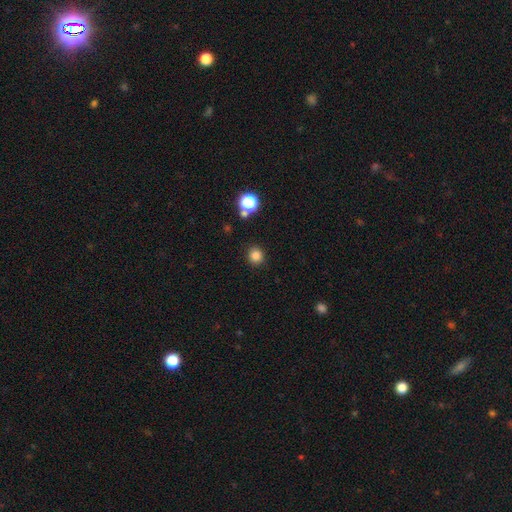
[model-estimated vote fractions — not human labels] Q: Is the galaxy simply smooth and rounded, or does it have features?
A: smooth — 83%.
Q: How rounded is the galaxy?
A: round — 89%.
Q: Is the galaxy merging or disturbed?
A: none — 89%.